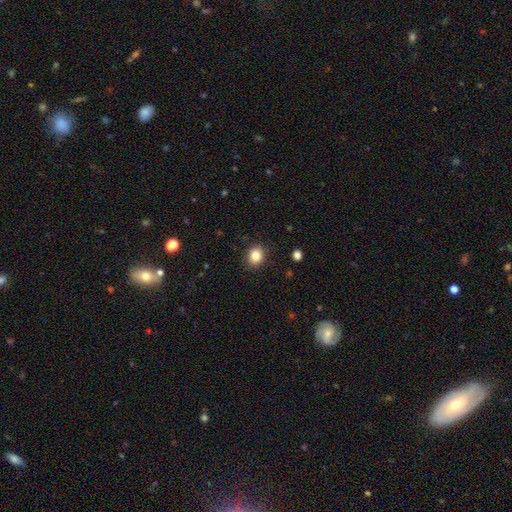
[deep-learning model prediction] This appears to be a smooth galaxy with no disk features (84%) that is round (64%). Merging: none (88%).